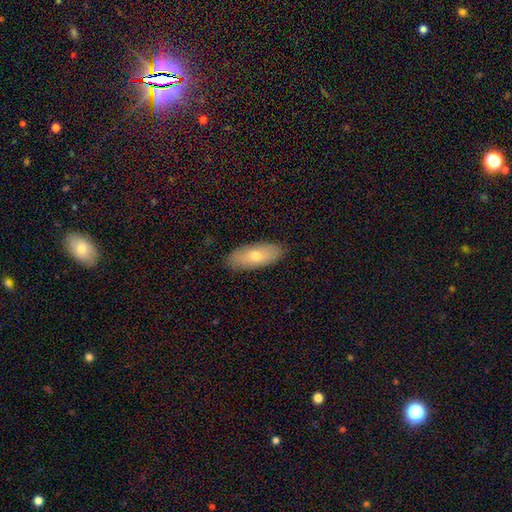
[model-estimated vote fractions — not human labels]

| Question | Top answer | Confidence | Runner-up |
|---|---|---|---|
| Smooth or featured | smooth | 67% | featured or disk (26%) |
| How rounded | in between | 80% | cigar-shaped (17%) |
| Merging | none | 89% | minor disturbance (8%) |